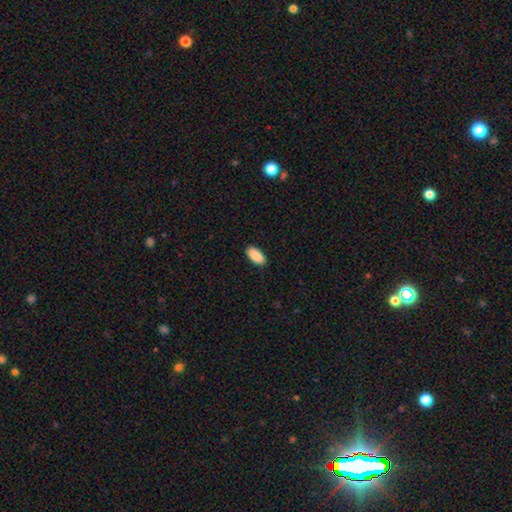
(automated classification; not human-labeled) Smooth or featured?
  - smooth: 90% *
  - star or artifact: 6%
  - featured or disk: 4%
How rounded?
  - in between: 89% *
  - cigar-shaped: 10%
  - round: 2%
Merging?
  - none: 90% *
  - minor disturbance: 7%
  - major disturbance: 2%
  - merger: 1%